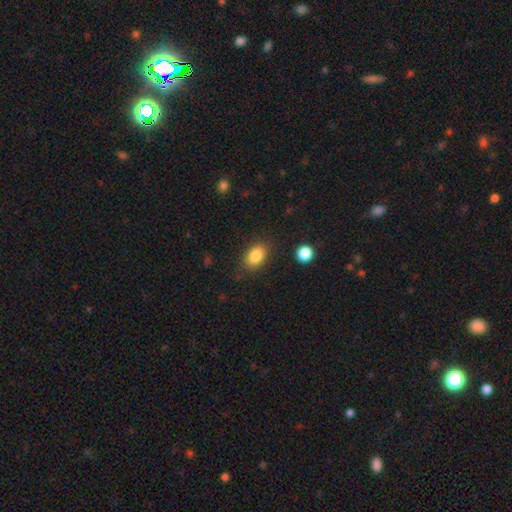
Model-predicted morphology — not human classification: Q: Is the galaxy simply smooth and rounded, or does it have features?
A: smooth — 85%.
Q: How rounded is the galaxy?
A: in between — 82%.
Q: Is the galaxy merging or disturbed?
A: none — 84%.